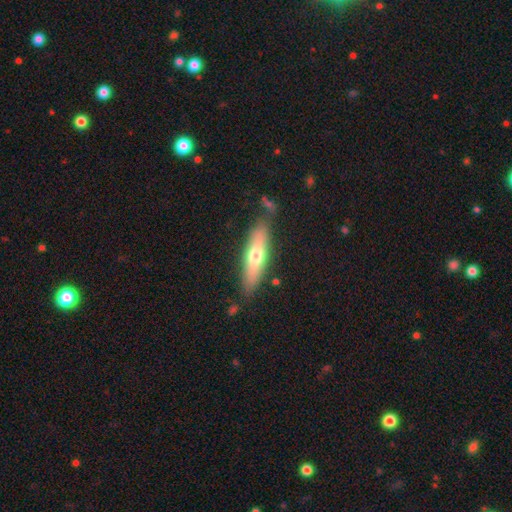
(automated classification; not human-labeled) smooth 58%, featured or disk 37%, star or artifact 6%. Down the decision tree: how rounded — cigar-shaped (66%); merging — none (77%).